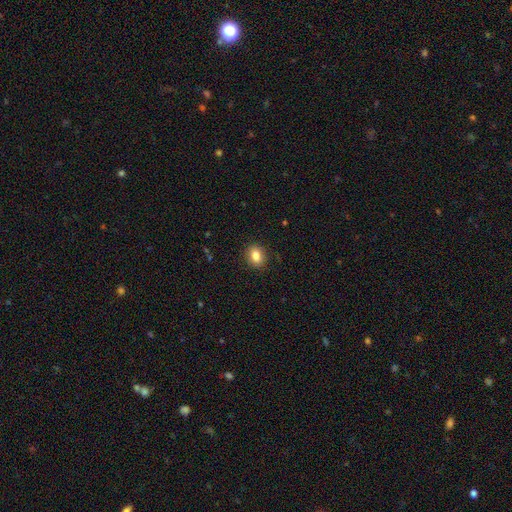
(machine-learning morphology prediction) A smooth galaxy with no disk features (83%) that is in between round and cigar-shaped (52%). Merging: none (89%).